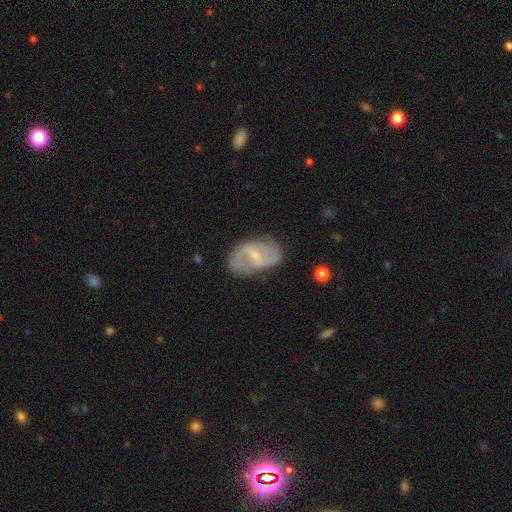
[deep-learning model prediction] A featured or disk galaxy (80%) with a weak bar (55%), 2 (85%) medium (45%) spiral arms (87%) and a small central bulge (67%). Merging: none (73%).